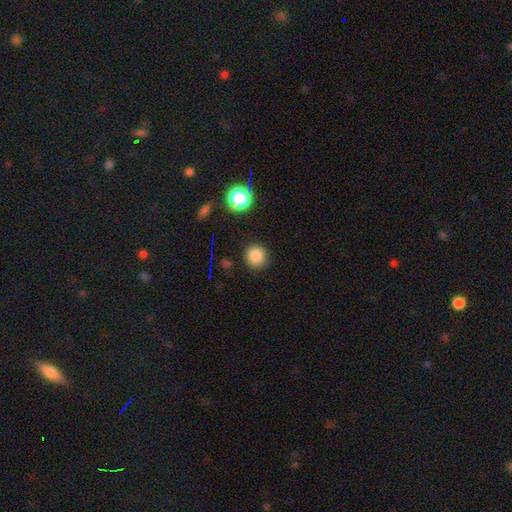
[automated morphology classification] This appears to be a smooth galaxy with no disk features (82%) that is round (93%). Merging: none (88%).